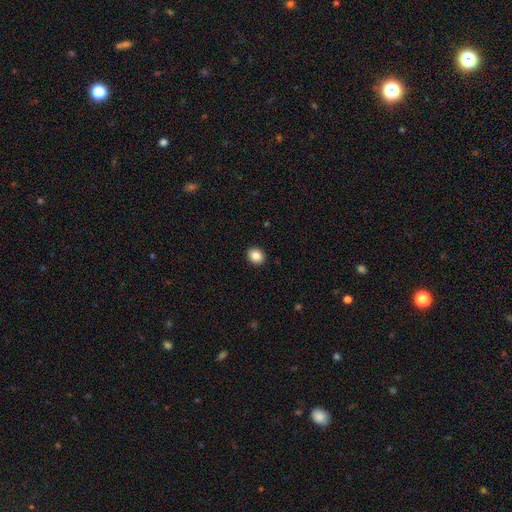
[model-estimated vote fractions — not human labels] Q: Smooth or featured?
A: smooth (86%); runner-up: star or artifact (9%)
Q: How rounded?
A: round (68%); runner-up: in between (32%)
Q: Merging?
A: none (92%); runner-up: minor disturbance (5%)